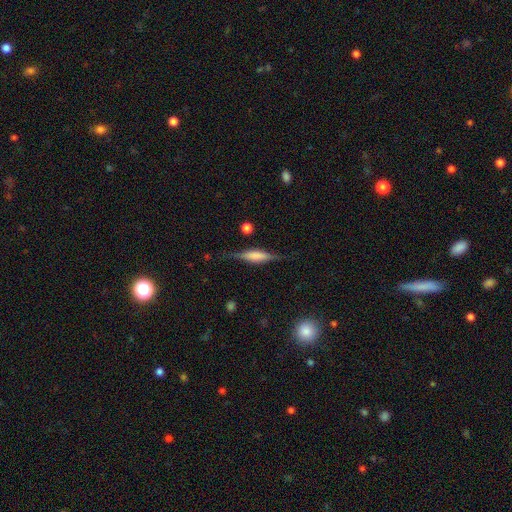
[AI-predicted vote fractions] Smooth or featured: featured or disk — 65% (smooth — 28%)
Edge-on disk: yes — 96% (no — 4%)
Edge-on bulge: boxy — 48% (rounded — 43%)
Merging: none — 82% (minor disturbance — 13%)